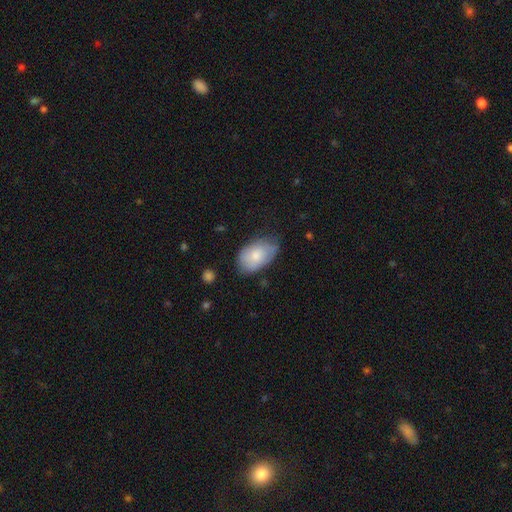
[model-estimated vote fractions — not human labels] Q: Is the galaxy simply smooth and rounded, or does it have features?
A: smooth — 76%.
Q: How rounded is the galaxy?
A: in between — 92%.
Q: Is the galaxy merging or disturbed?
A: none — 63%.